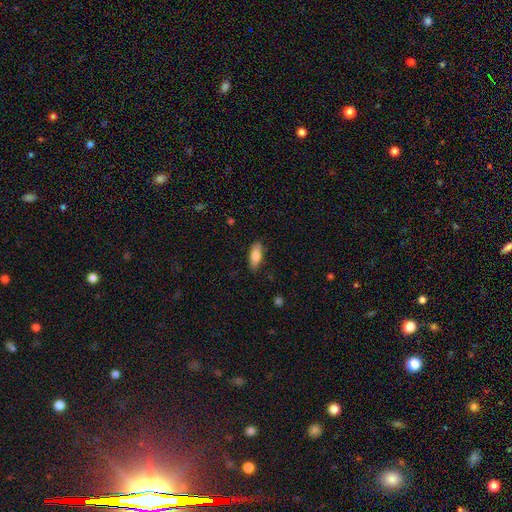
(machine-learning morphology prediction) Smooth or featured: smooth — 78% (featured or disk — 16%)
How rounded: in between — 72% (cigar-shaped — 25%)
Merging: none — 82% (minor disturbance — 14%)